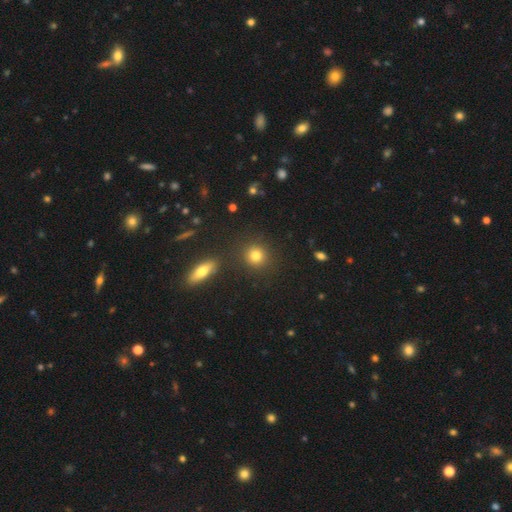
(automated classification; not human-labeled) Smooth or featured? Predicted: smooth (p=0.81). How rounded? Predicted: round (p=0.89). Merging? Predicted: none (p=0.87).